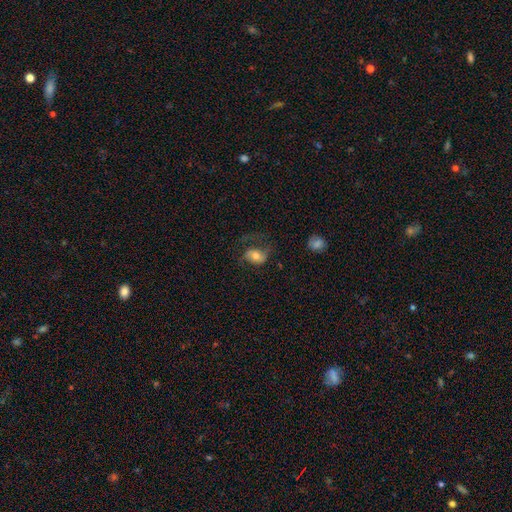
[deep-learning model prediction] smooth 53%, featured or disk 39%, star or artifact 8%. Down the decision tree: how rounded — in between (71%); merging — none (42%).